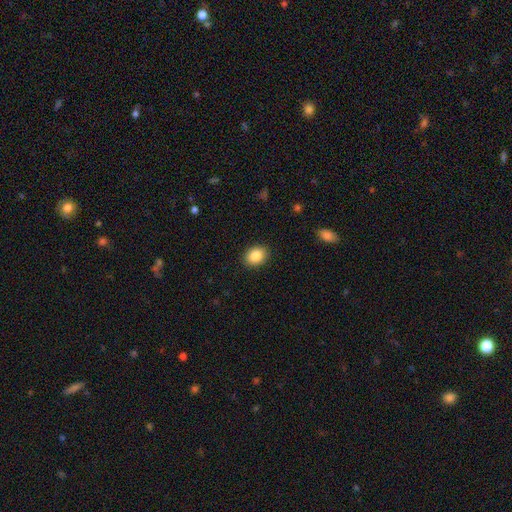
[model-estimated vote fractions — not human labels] A smooth galaxy with no disk features (87%) that is in between round and cigar-shaped (56%).

Vote fractions:
- Smooth or featured? smooth: 87% / star or artifact: 8% / featured or disk: 5%
- How rounded? in between: 56% / round: 43% / cigar-shaped: 1%
- Merging? none: 90% / minor disturbance: 7% / major disturbance: 2% / merger: 1%